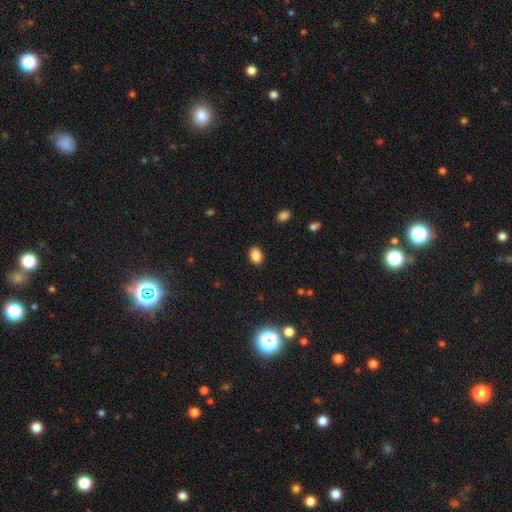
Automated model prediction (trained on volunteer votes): This appears to be a smooth galaxy with no disk features (86%) that is in between round and cigar-shaped (74%). Merging: none (89%).